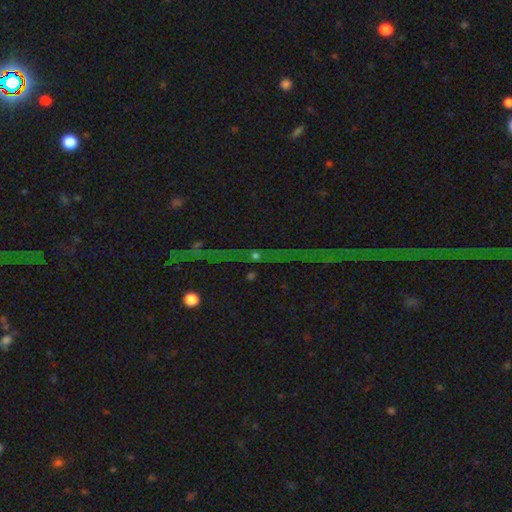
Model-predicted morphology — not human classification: Overall: star or artifact (67%).